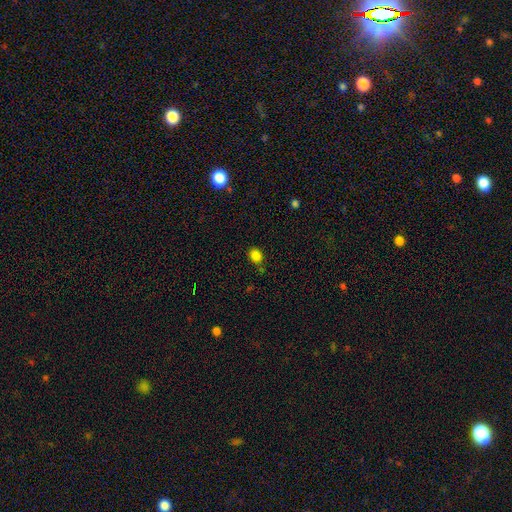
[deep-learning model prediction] Q: Smooth or featured?
A: smooth (82%); runner-up: star or artifact (13%)
Q: How rounded?
A: round (53%); runner-up: in between (46%)
Q: Merging?
A: none (80%); runner-up: minor disturbance (14%)